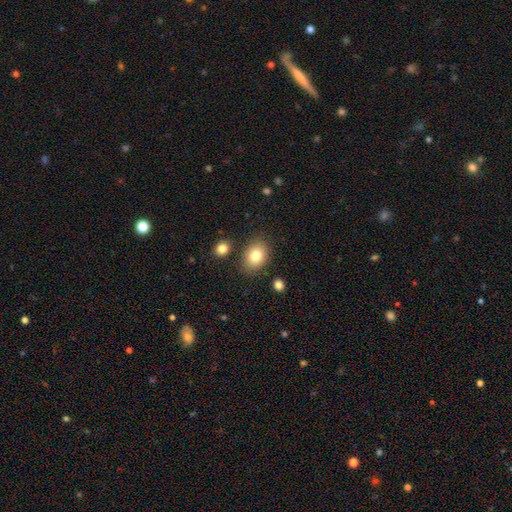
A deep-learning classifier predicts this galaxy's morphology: Smooth or featured?
  - smooth: 82% *
  - featured or disk: 9%
  - star or artifact: 8%
How rounded?
  - in between: 72% *
  - round: 27%
  - cigar-shaped: 1%
Merging?
  - none: 82% *
  - minor disturbance: 11%
  - merger: 4%
  - major disturbance: 3%